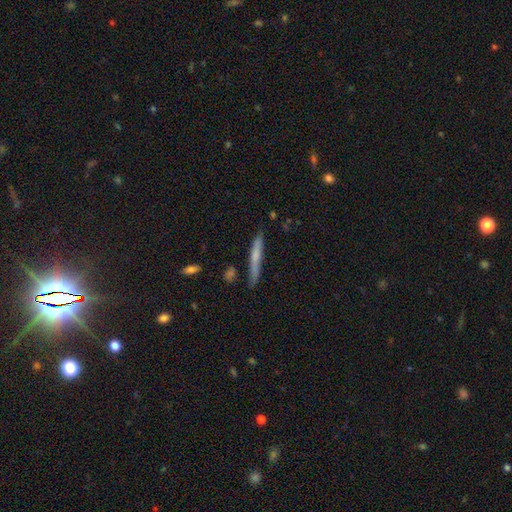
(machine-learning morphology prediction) Smooth or featured?
  - smooth: 54% *
  - featured or disk: 39%
  - star or artifact: 7%
How rounded?
  - cigar-shaped: 95% *
  - in between: 4%
  - round: 2%
Merging?
  - none: 77% *
  - minor disturbance: 16%
  - major disturbance: 3%
  - merger: 3%